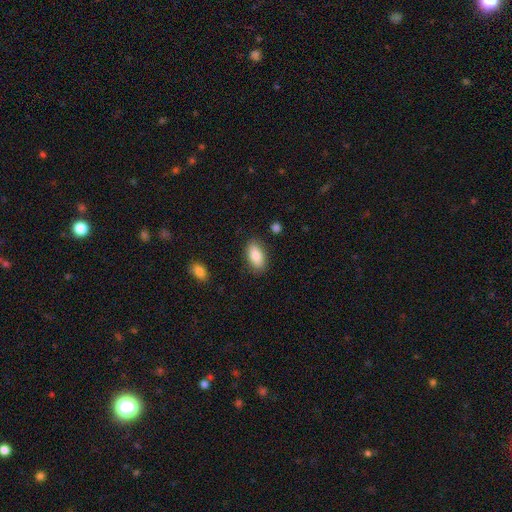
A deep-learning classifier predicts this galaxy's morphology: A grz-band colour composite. It shows a smooth galaxy with no disk features (85%) that is in between round and cigar-shaped (92%). Merging: none (84%).